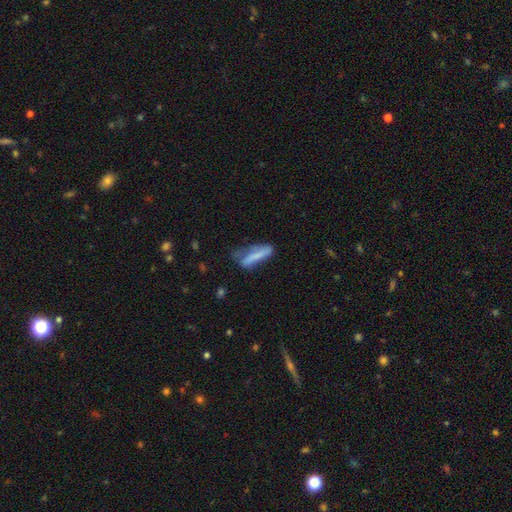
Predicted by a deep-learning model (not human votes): This appears to be a smooth galaxy with no disk features (62%) that is cigar-shaped (72%). Merging: none (39%).